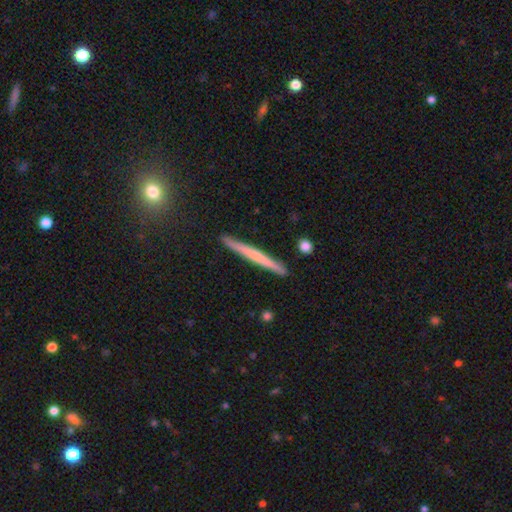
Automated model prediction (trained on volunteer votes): Overall: smooth (47%, tied with featured or disk). Merging: none (90%).